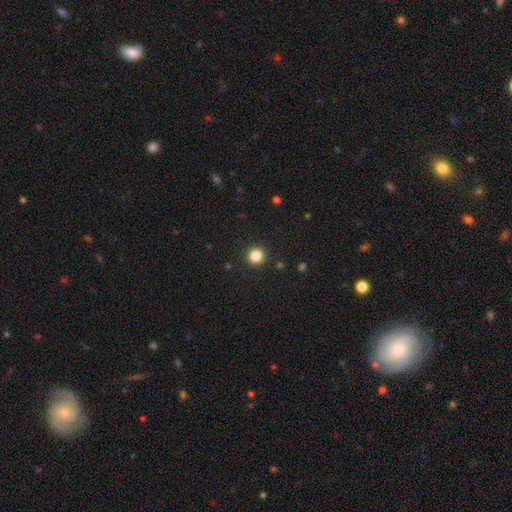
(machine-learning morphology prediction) Smooth or featured: smooth — 85% (star or artifact — 12%)
How rounded: round — 94% (in between — 5%)
Merging: none — 93% (minor disturbance — 5%)